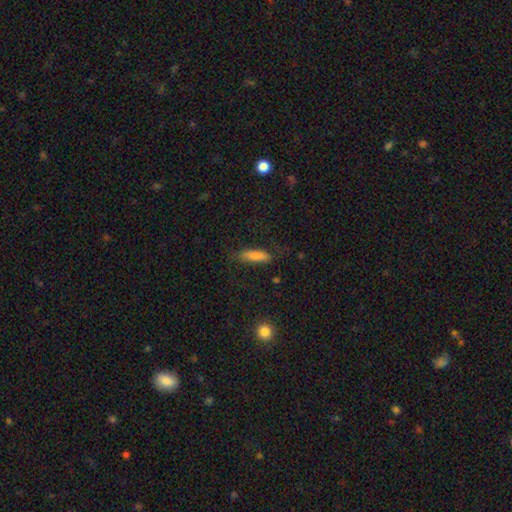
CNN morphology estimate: smooth_or_featured: smooth (p=0.77) [alt: featured or disk p=0.15]
how_rounded: cigar-shaped (p=0.52) [alt: in between p=0.45]
merging: none (p=0.70) [alt: minor disturbance p=0.20]